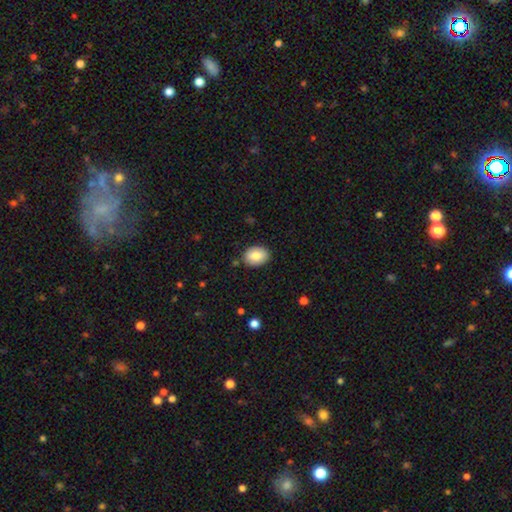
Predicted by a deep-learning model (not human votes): This appears to be a smooth galaxy with no disk features (84%) that is in between round and cigar-shaped (70%). Merging: none (86%).